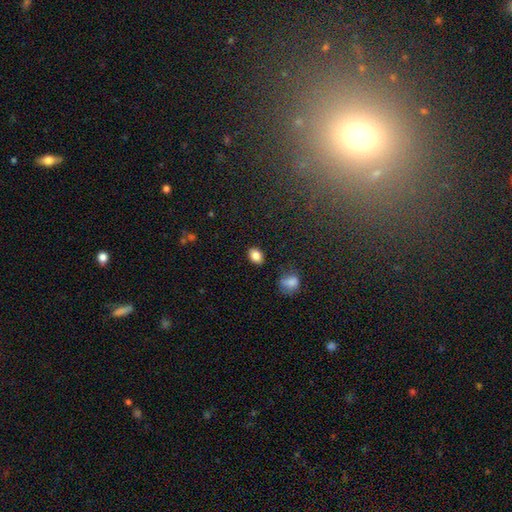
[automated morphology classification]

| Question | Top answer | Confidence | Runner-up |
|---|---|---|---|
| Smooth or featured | smooth | 84% | star or artifact (9%) |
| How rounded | in between | 77% | round (22%) |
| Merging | none | 86% | minor disturbance (10%) |